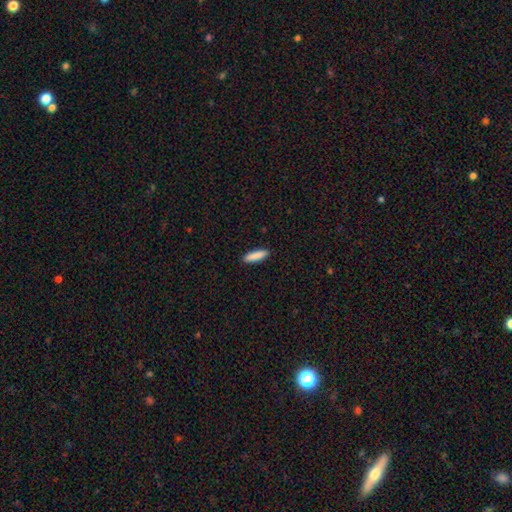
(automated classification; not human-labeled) Smooth or featured: smooth — 88% (featured or disk — 6%)
How rounded: cigar-shaped — 72% (in between — 26%)
Merging: none — 91% (minor disturbance — 6%)